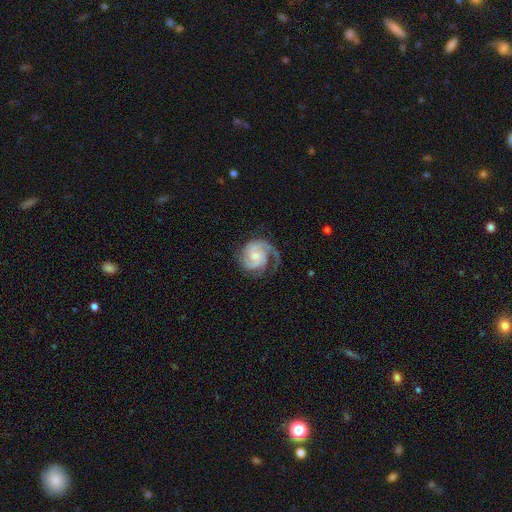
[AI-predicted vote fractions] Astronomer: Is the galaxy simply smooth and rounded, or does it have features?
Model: featured or disk — 87%.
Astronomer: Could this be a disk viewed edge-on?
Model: no — 98%.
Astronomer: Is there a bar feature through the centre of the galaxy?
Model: no — 62%.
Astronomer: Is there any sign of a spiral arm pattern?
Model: yes — 97%.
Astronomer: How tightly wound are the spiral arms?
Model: tight — 46% (runner-up: medium, 42%).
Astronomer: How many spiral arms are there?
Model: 2 — 49%.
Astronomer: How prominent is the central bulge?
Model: small — 60%.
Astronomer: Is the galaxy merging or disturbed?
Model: none — 64%.